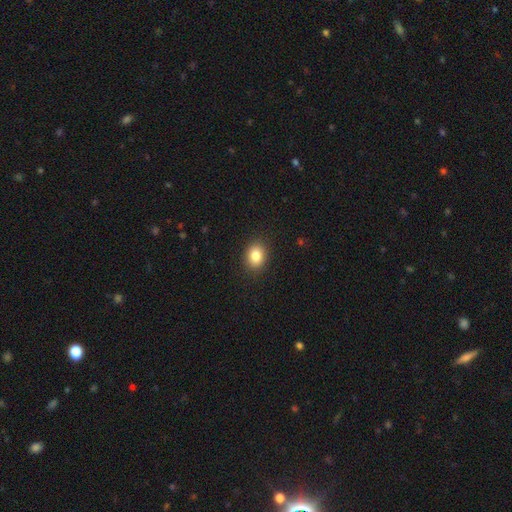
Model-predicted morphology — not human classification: Overall: smooth (84%). How rounded: in between (56%; round 43%). Merging: none (89%).